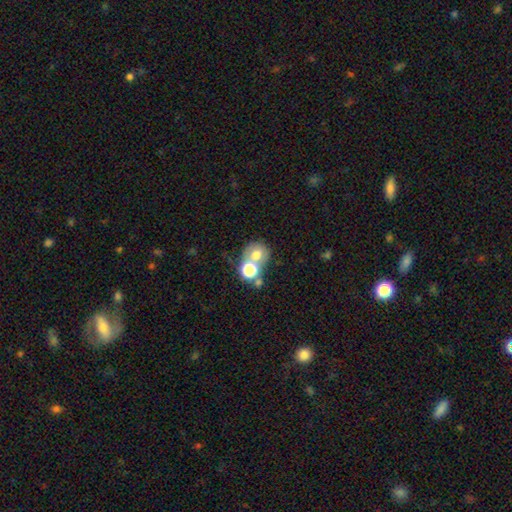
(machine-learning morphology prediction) The model was most divided on "merging": merger: 45%, none: 37%, minor disturbance: 10%, major disturbance: 7%. More confident: how rounded — round (70%); smooth or featured — smooth (62%).